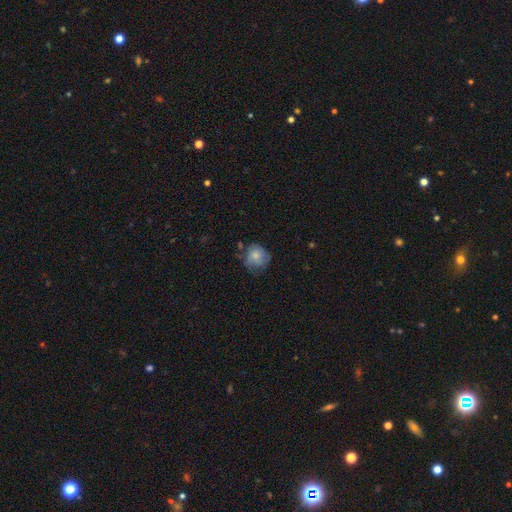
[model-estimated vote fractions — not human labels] smooth-or-featured: smooth: 64% | featured or disk: 28% | star or artifact: 8%
  how-rounded: round: 78% | in between: 21% | cigar-shaped: 1%
  merging: none: 53% | minor disturbance: 30% | major disturbance: 14% | merger: 3%